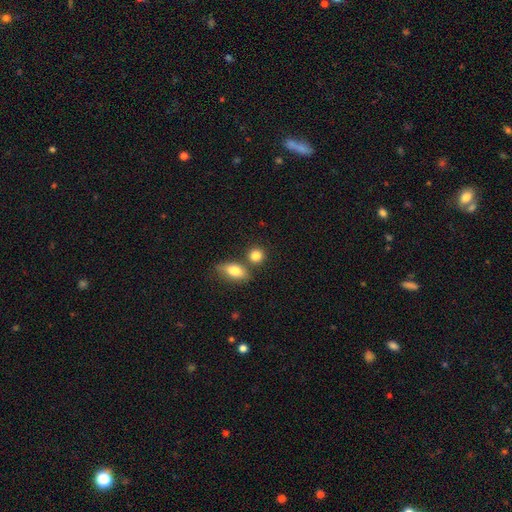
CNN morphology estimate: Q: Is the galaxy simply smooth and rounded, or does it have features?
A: smooth — 84%.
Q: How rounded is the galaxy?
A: round — 75%.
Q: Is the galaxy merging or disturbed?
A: none — 68%.